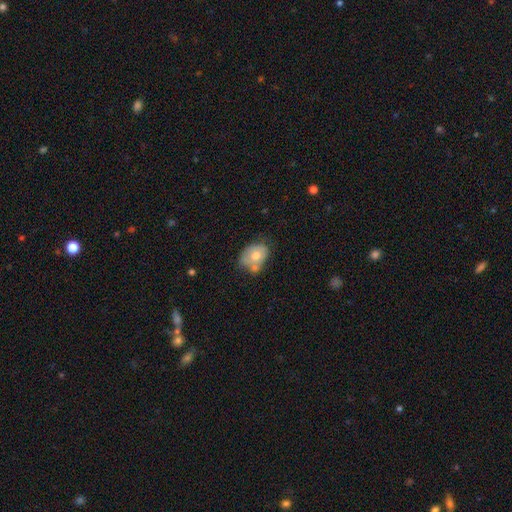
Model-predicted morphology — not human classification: Overall: smooth (63%; featured or disk 29%). How rounded: in between (67%; round 32%). Merging: none (39%; minor disturbance 27%).